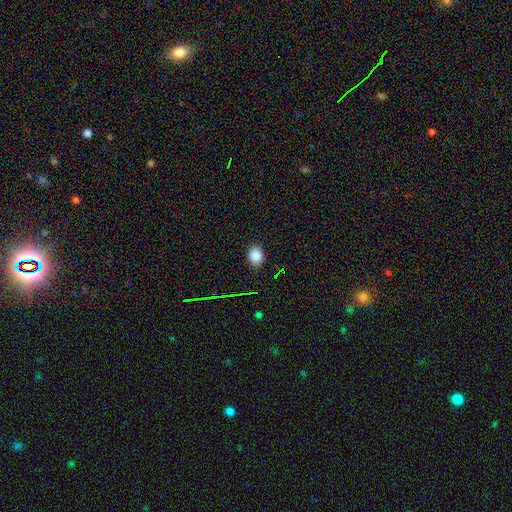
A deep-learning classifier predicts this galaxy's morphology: A smooth galaxy with no disk features (82%) that is in between round and cigar-shaped (53%). Merging: none (85%).